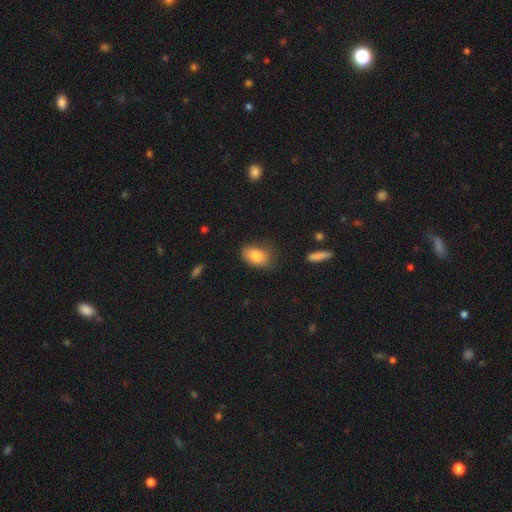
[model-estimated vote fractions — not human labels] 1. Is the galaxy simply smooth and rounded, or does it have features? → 81% smooth, 11% featured or disk, 8% star or artifact.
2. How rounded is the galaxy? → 87% in between, 11% round, 2% cigar-shaped.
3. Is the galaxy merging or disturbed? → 69% none, 24% minor disturbance, 6% major disturbance, 2% merger.